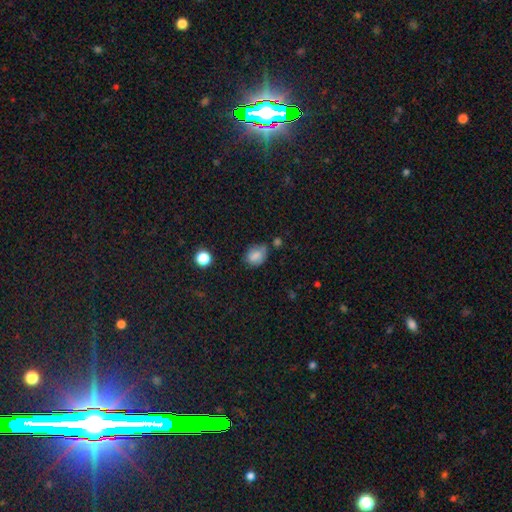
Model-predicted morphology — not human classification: smooth 80%, star or artifact 11%, featured or disk 9%. Down the decision tree: how rounded — in between (60%); merging — none (60%).